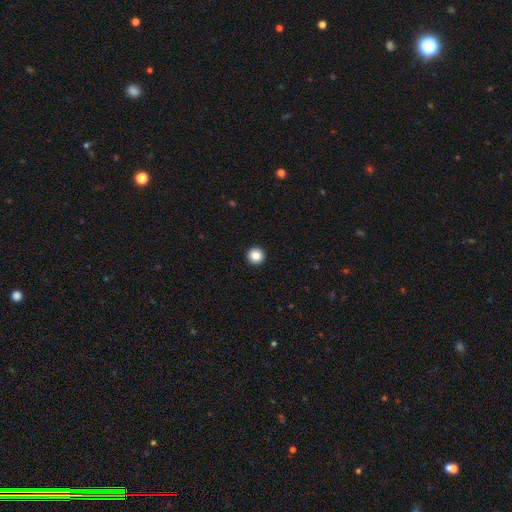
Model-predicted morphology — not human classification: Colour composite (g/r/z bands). It shows a smooth galaxy with no disk features (86%) that is round (97%). Merging: none (94%).